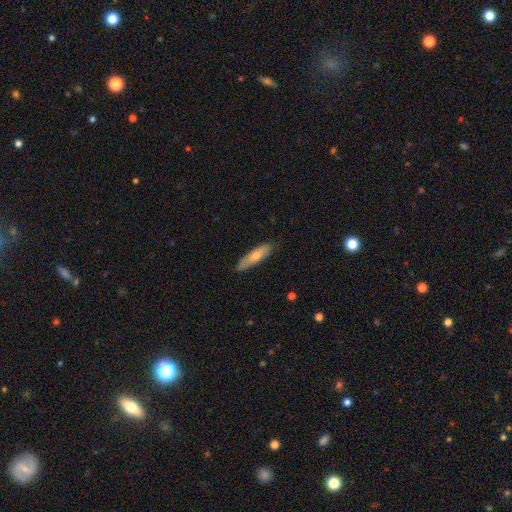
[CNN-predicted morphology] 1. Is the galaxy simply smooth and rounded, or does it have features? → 63% smooth, 31% featured or disk, 6% star or artifact.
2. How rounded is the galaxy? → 75% cigar-shaped, 24% in between, 2% round.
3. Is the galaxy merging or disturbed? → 86% none, 11% minor disturbance, 2% major disturbance, 1% merger.